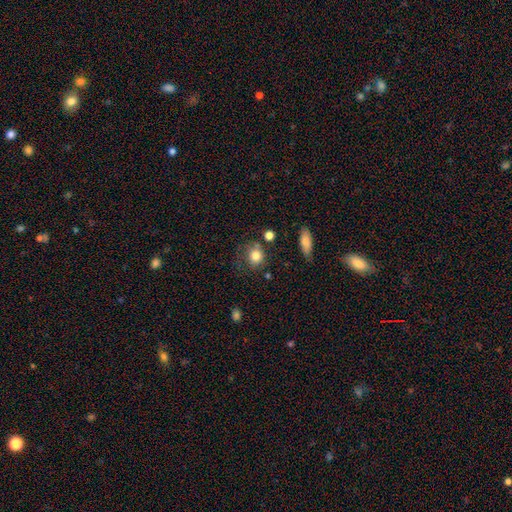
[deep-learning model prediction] Morphology: type=smooth (80%); roundness=round (74%); merging=none (58%).